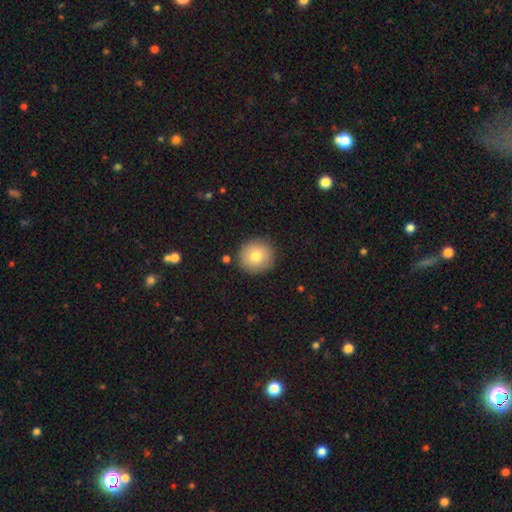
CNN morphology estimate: smooth-or-featured: smooth: 77% | featured or disk: 13% | star or artifact: 9%
  how-rounded: round: 92% | in between: 7% | cigar-shaped: 1%
  merging: none: 88% | minor disturbance: 7% | major disturbance: 2% | merger: 2%